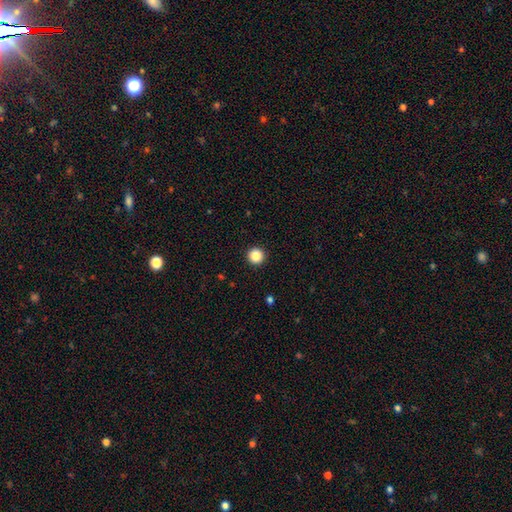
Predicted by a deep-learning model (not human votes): Overall: smooth (86%). How rounded: round (96%). Merging: none (94%).